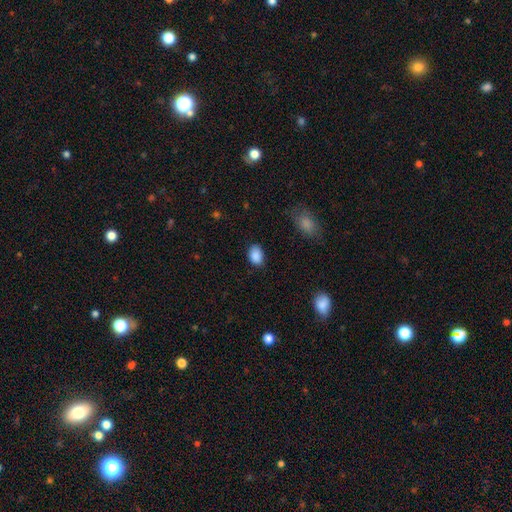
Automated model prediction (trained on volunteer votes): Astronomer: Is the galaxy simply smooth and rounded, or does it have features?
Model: smooth — 89%.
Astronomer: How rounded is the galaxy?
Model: in between — 78%.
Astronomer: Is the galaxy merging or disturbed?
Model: none — 82%.